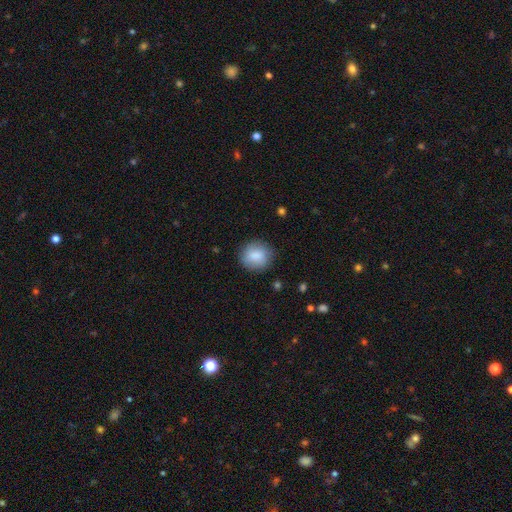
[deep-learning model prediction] The model was most divided on "how rounded": round: 83%, in between: 16%, cigar-shaped: 1%. More confident: merging — none (85%); smooth or featured — smooth (85%).